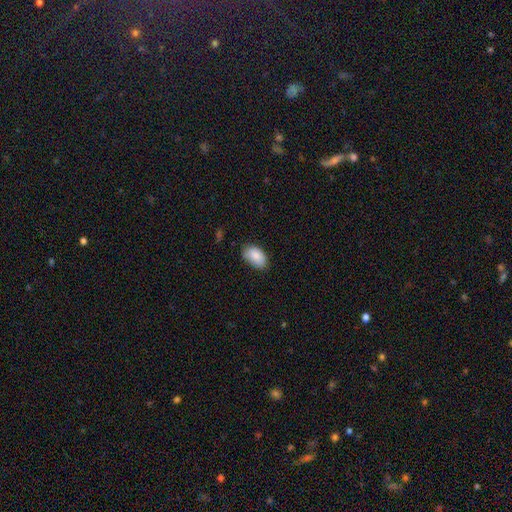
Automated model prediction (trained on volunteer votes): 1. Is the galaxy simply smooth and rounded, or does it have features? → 87% smooth, 7% star or artifact, 6% featured or disk.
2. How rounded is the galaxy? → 93% in between, 6% round, 1% cigar-shaped.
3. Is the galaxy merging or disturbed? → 74% none, 22% minor disturbance, 3% major disturbance, 1% merger.